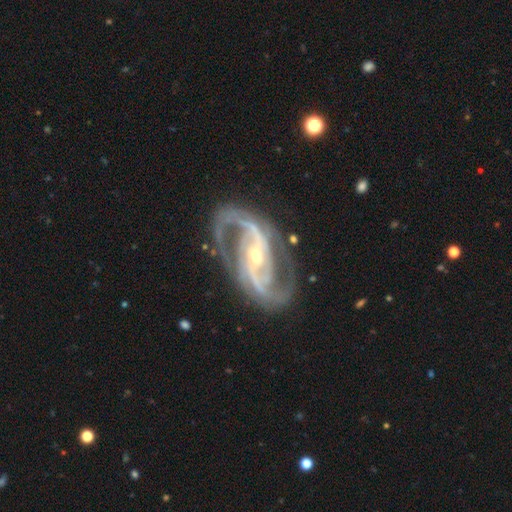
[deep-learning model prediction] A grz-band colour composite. It shows a featured or disk galaxy (93%) with a strong bar (45%), 2 (86%) medium (59%) spiral arms (98%) and a small central bulge (58%). Merging: none (75%).